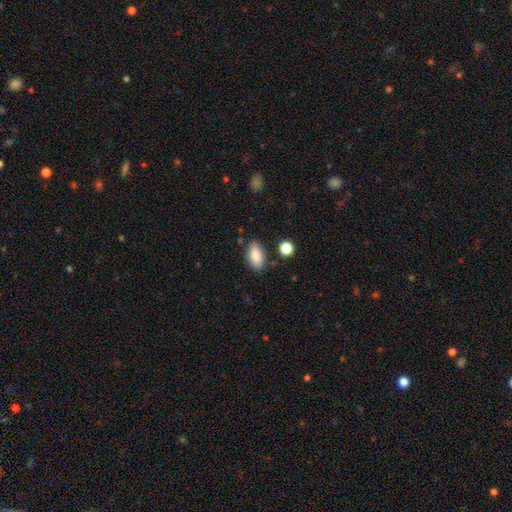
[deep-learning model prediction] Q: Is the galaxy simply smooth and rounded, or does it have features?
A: smooth — 86%.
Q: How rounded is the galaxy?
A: in between — 91%.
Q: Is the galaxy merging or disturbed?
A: none — 79%.